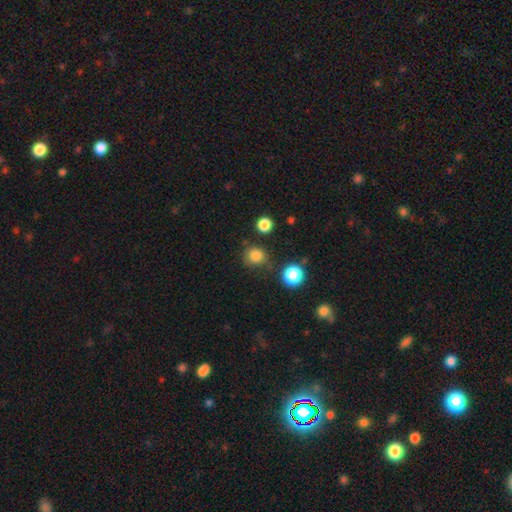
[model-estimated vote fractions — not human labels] smooth-or-featured: smooth: 81% | star or artifact: 14% | featured or disk: 5%
  how-rounded: round: 86% | in between: 13% | cigar-shaped: 1%
  merging: none: 76% | minor disturbance: 14% | merger: 5% | major disturbance: 4%